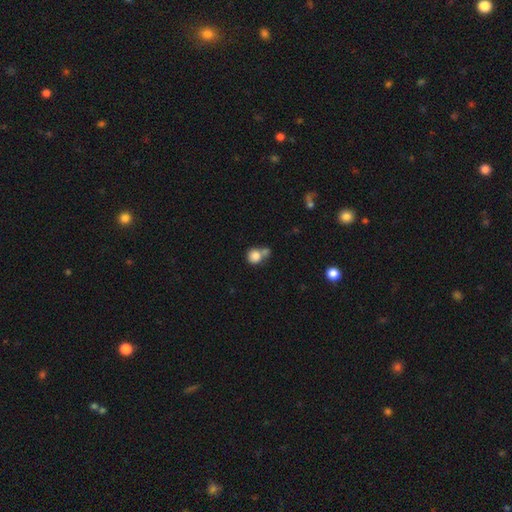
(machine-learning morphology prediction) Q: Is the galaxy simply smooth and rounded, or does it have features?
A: smooth — 82%.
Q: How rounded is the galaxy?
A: round — 84%.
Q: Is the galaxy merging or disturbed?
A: none — 43%.